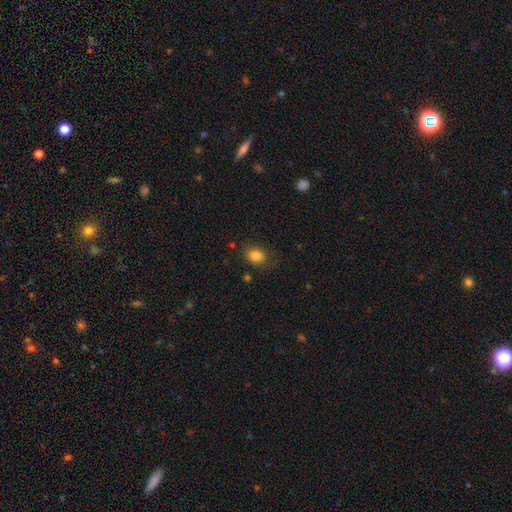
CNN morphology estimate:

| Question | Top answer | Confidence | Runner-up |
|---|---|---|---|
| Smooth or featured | smooth | 84% | star or artifact (10%) |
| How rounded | in between | 64% | round (35%) |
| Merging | none | 76% | minor disturbance (16%) |